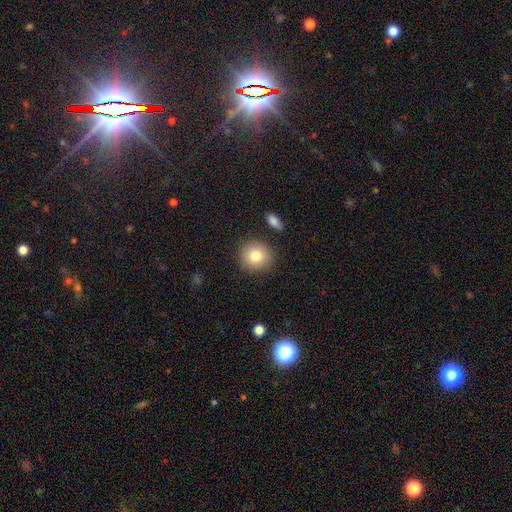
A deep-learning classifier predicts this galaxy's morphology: Q: Smooth or featured?
A: smooth (80%); runner-up: featured or disk (10%)
Q: How rounded?
A: round (88%); runner-up: in between (10%)
Q: Merging?
A: none (88%); runner-up: minor disturbance (8%)